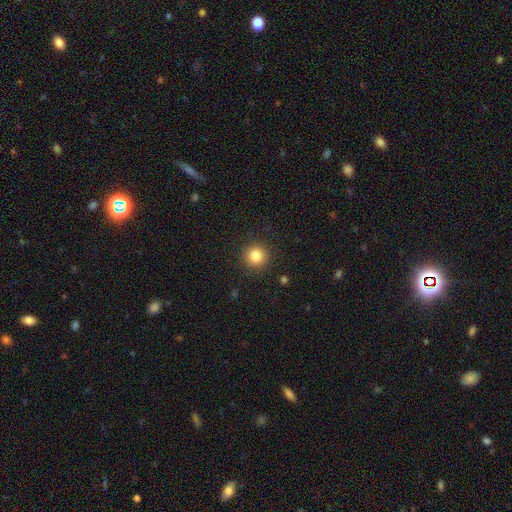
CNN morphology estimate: Smooth or featured? Predicted: smooth (p=0.83). How rounded? Predicted: round (p=0.94). Merging? Predicted: none (p=0.91).